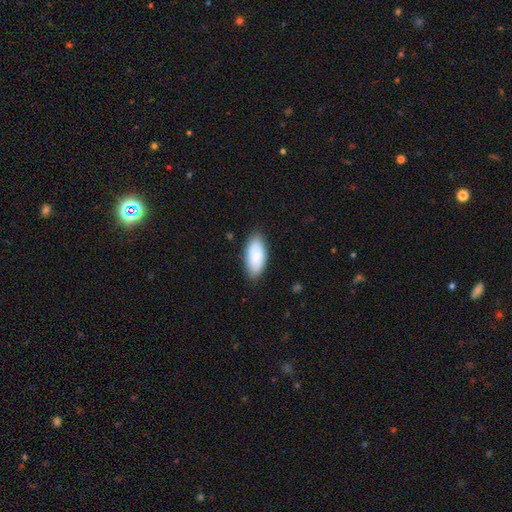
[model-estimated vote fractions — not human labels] This is clearly a smooth galaxy (84%). How rounded: clearly in between (92%). Merging: clearly none (83%).